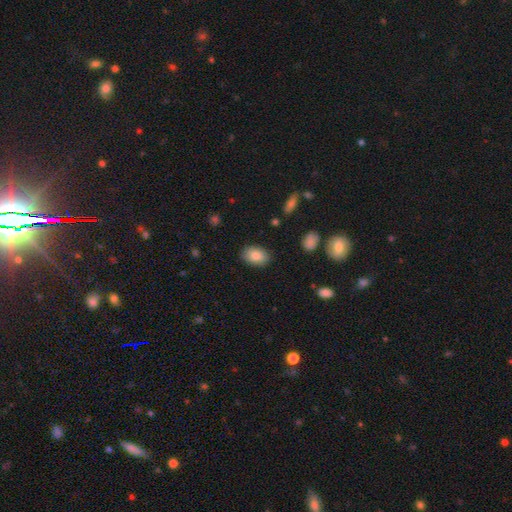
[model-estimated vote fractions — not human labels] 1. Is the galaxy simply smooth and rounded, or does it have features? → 85% smooth, 8% featured or disk, 7% star or artifact.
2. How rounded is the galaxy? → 84% in between, 15% round, 1% cigar-shaped.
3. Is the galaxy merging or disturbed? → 86% none, 10% minor disturbance, 2% major disturbance, 1% merger.